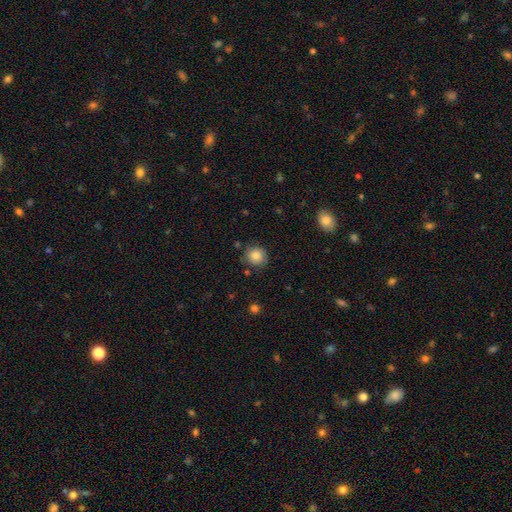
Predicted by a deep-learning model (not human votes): This appears to be a smooth galaxy with no disk features (83%) that is round (89%). Merging: none (81%).